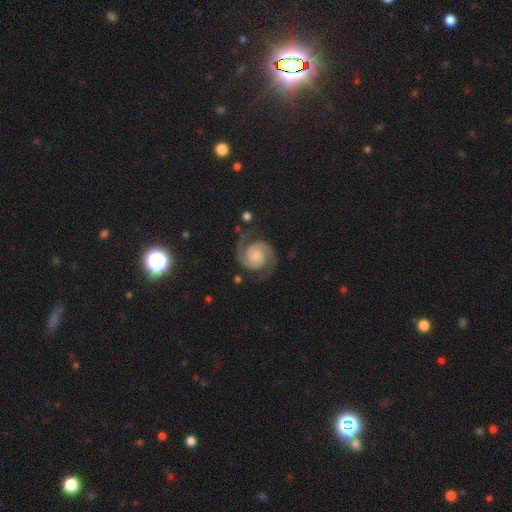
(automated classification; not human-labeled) Smooth or featured: featured or disk — 90% (smooth — 5%)
Edge-on disk: no — 98% (yes — 2%)
Bar: no — 70% (weak — 24%)
Spiral arms: yes — 98% (no — 2%)
Spiral winding: tight — 49% (medium — 42%)
Spiral arm count: 2 — 94% (can't tell — 2%)
Bulge size: small — 35% (moderate — 28%)
Merging: none — 79% (minor disturbance — 13%)